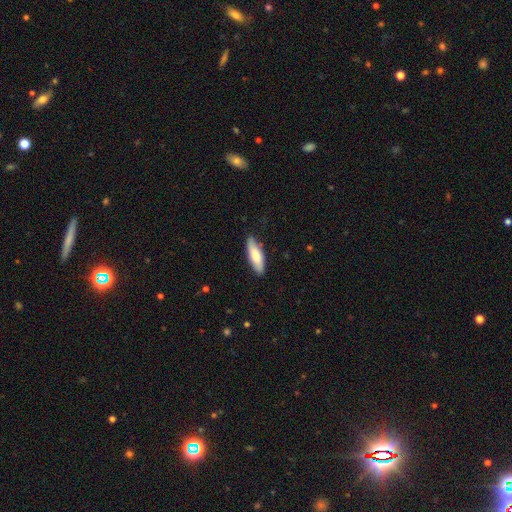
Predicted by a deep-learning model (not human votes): Morphology: type=smooth (73%); roundness=in between (54%); merging=none (83%).